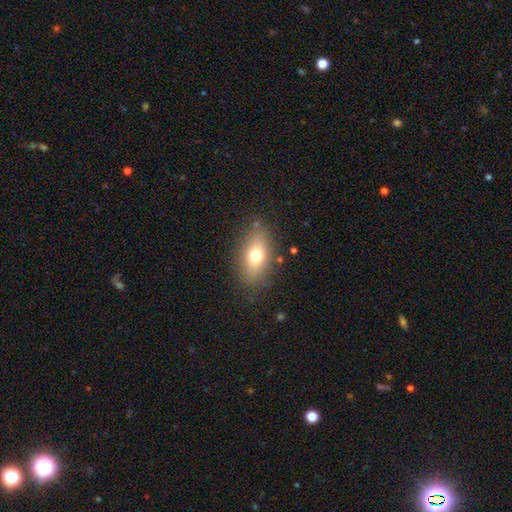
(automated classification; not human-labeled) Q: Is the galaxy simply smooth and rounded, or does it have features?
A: smooth — 70%.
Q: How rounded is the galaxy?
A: in between — 82%.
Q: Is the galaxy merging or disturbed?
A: none — 83%.